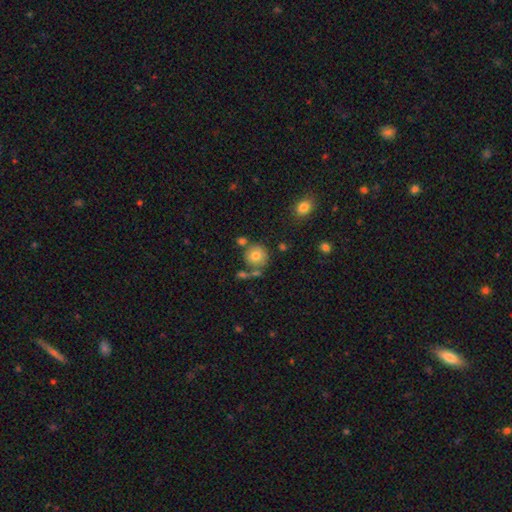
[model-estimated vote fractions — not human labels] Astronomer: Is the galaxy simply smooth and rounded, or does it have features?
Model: smooth — 75%.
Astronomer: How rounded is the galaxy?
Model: round — 90%.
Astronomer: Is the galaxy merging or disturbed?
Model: none — 68%.